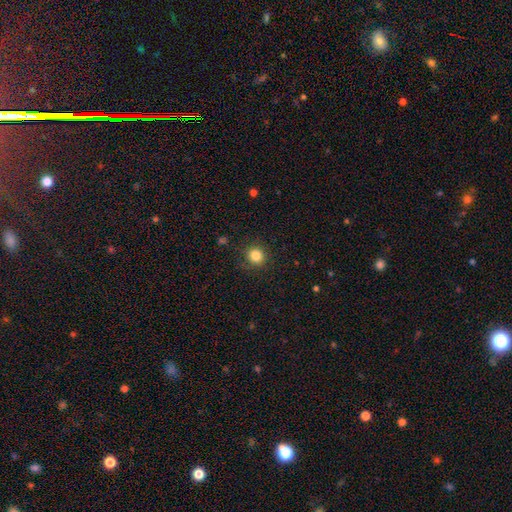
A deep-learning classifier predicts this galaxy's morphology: Smooth or featured? Predicted: smooth (p=0.84). How rounded? Predicted: round (p=0.90). Merging? Predicted: none (p=0.88).